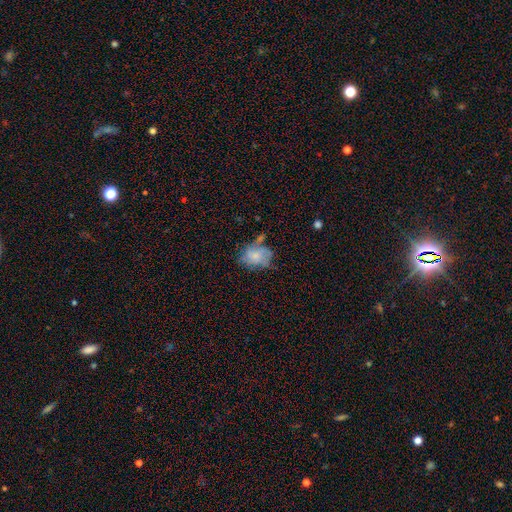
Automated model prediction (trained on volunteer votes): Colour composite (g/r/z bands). It shows a smooth galaxy with no disk features (56%) that is in between round and cigar-shaped (67%). Merging: none (41%).